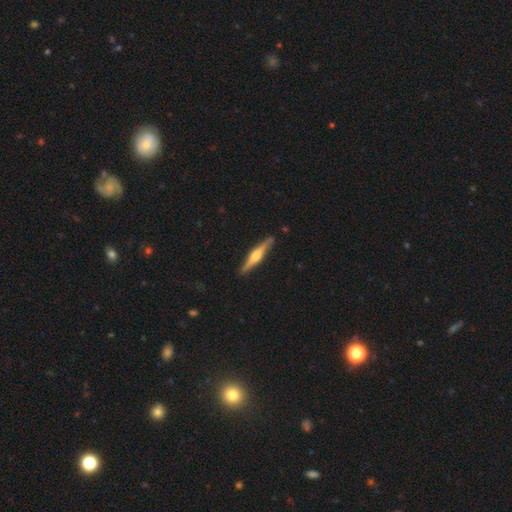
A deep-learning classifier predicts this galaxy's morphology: Smooth or featured?
  - featured or disk: 71% *
  - smooth: 24%
  - star or artifact: 5%
Edge-on disk?
  - yes: 97% *
  - no: 3%
Edge-on bulge?
  - rounded: 87% *
  - boxy: 9%
  - none: 4%
Merging?
  - none: 88% *
  - minor disturbance: 9%
  - major disturbance: 2%
  - merger: 2%